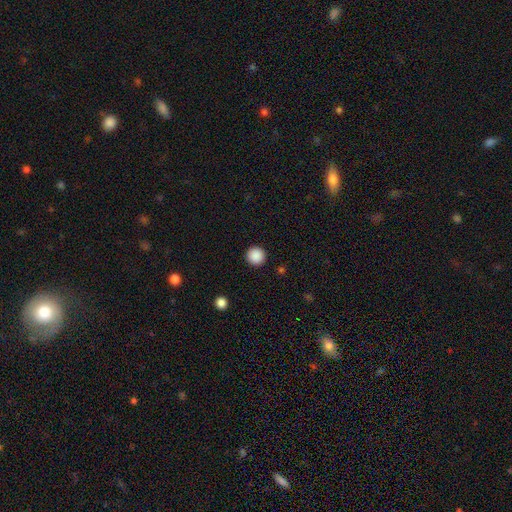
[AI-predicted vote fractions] smooth-or-featured: smooth: 89% | star or artifact: 9% | featured or disk: 2%
  how-rounded: round: 96% | in between: 3% | cigar-shaped: 1%
  merging: none: 93% | minor disturbance: 4% | major disturbance: 2% | merger: 1%